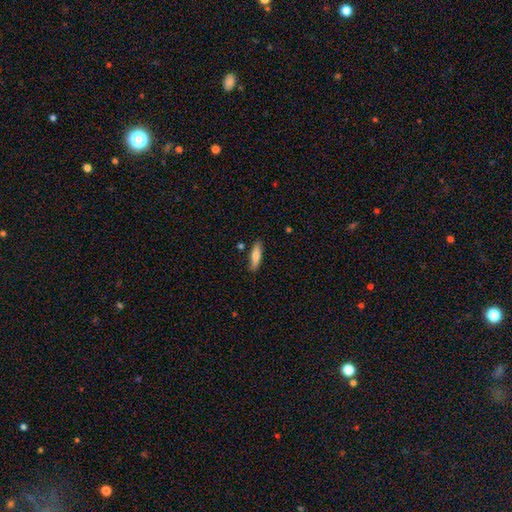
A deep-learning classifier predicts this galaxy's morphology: Overall: smooth (70%). How rounded: cigar-shaped (67%; in between 31%). Merging: none (83%).